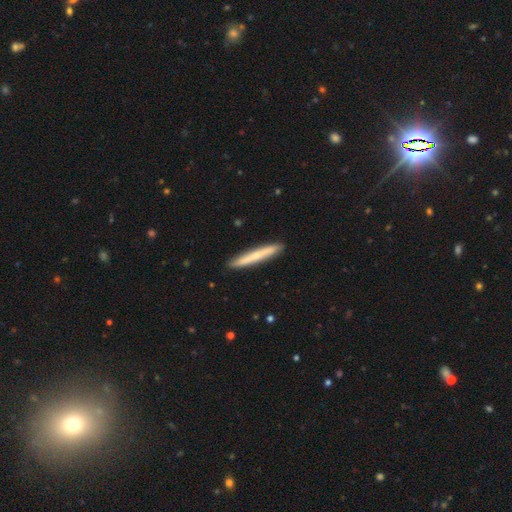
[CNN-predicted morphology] The model was most divided on "smooth or featured": smooth: 56%, featured or disk: 38%, star or artifact: 6%. More confident: how rounded — cigar-shaped (96%); merging — none (91%).